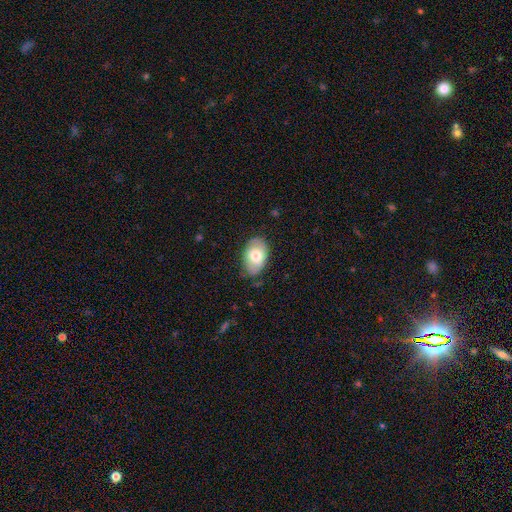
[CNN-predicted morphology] Q: Smooth or featured?
A: smooth (74%); runner-up: featured or disk (19%)
Q: How rounded?
A: in between (91%); runner-up: round (8%)
Q: Merging?
A: none (76%); runner-up: minor disturbance (19%)